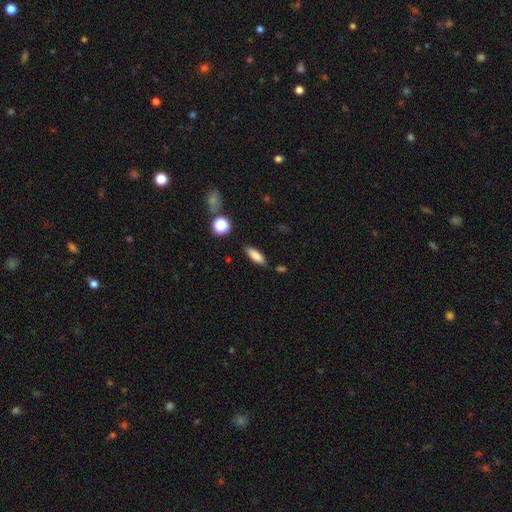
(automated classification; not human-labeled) Smooth or featured? Predicted: smooth (p=0.81). How rounded? Predicted: in between (p=0.58). Merging? Predicted: none (p=0.84).